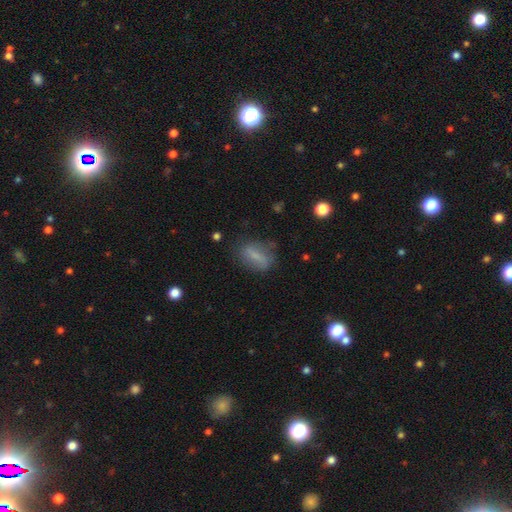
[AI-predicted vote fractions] smooth 61%, featured or disk 30%, star or artifact 9%. Down the decision tree: how rounded — in between (71%); merging — none (66%).